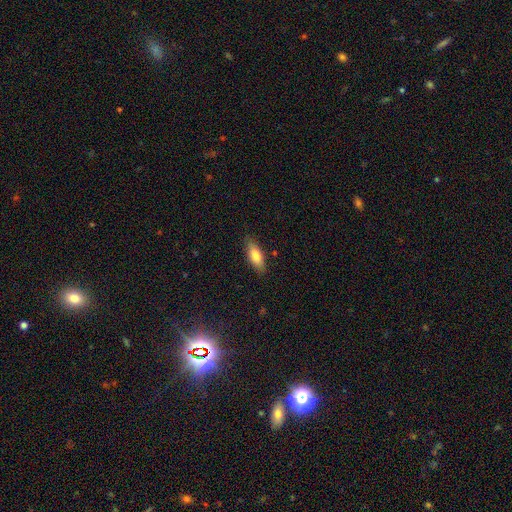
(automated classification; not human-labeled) Smooth or featured? smooth (77%)
How rounded? in between (70%)
Merging? none (85%)